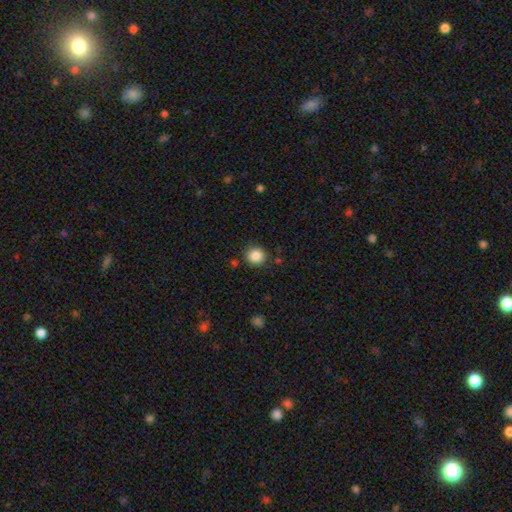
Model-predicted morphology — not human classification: smooth_or_featured: smooth (p=0.86) [alt: star or artifact p=0.10]
how_rounded: round (p=0.92) [alt: in between p=0.08]
merging: none (p=0.87) [alt: minor disturbance p=0.08]